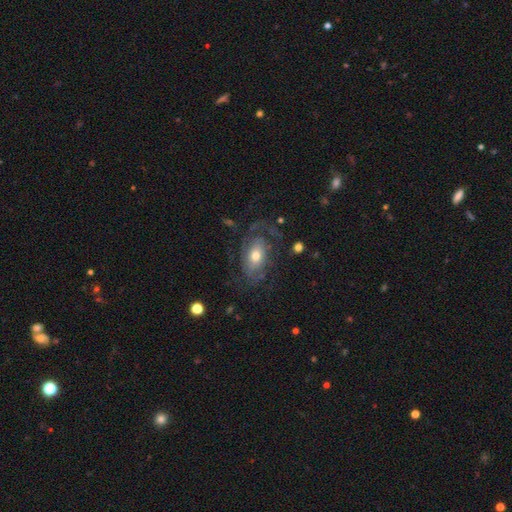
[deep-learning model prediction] This is likely a featured or disk galaxy (65%). It is clearly not viewed edge-on (93%). Bar: likely no (75%). Spiral arm pattern: likely yes (75%). Central bulge: likely moderate (63%). Merging: possibly none (52%).